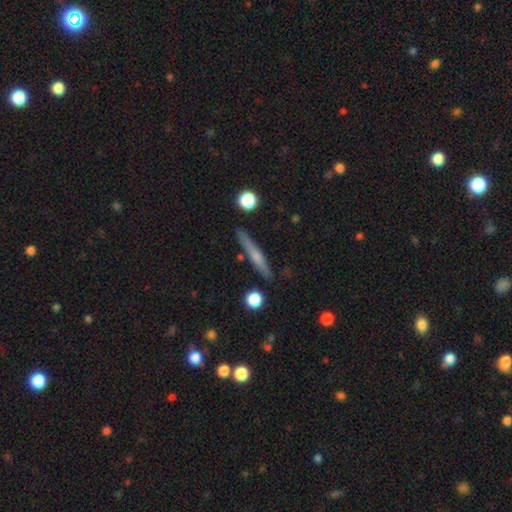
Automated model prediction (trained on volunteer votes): Overall: featured or disk (50%; smooth 43%). Edge-on disk: yes (95%). Merging: none (86%).